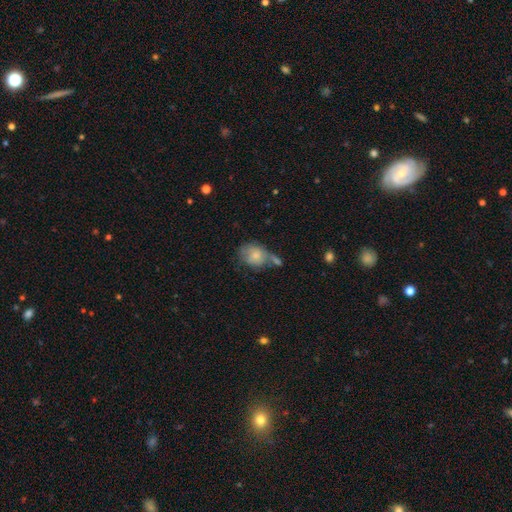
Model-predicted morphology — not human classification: smooth_or_featured: smooth (p=0.71) [alt: featured or disk p=0.21]
how_rounded: in between (p=0.61) [alt: round p=0.38]
merging: none (p=0.33) [alt: merger p=0.27]